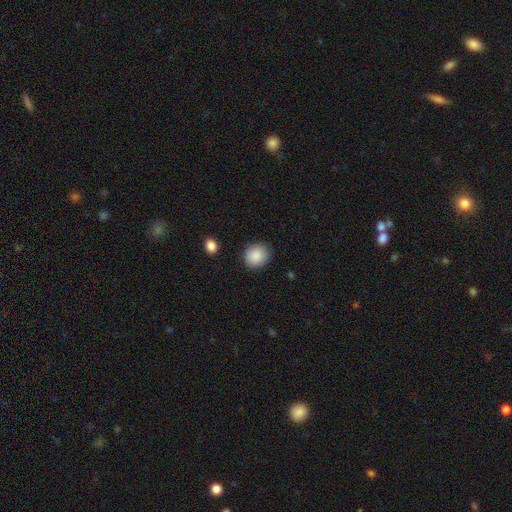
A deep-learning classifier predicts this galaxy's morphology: This appears to be a smooth galaxy with no disk features (89%) that is round (79%). Merging: none (88%).